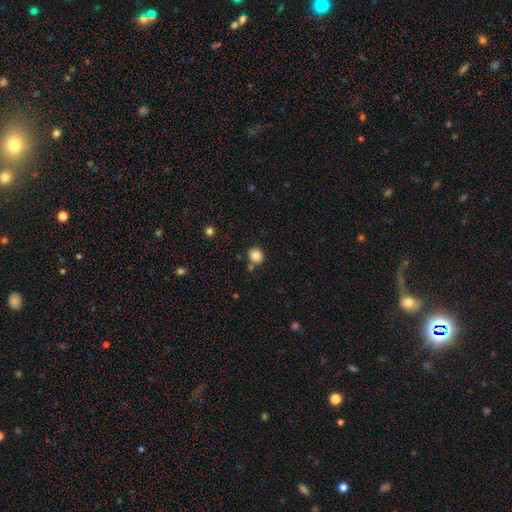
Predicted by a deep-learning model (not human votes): Overall: smooth (84%). How rounded: round (78%). Merging: none (78%).